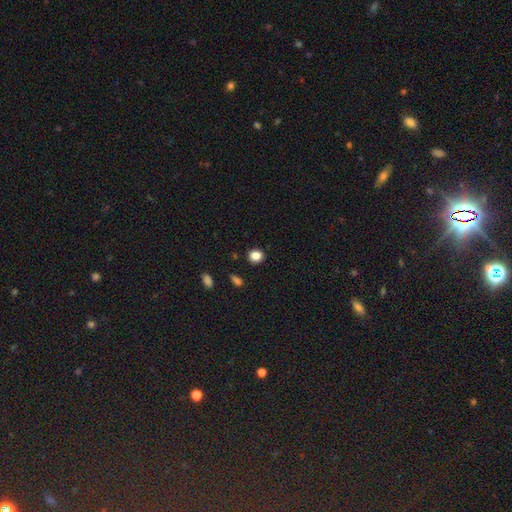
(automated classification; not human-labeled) This appears to be a smooth galaxy with no disk features (85%) that is round (81%). Merging: none (90%).